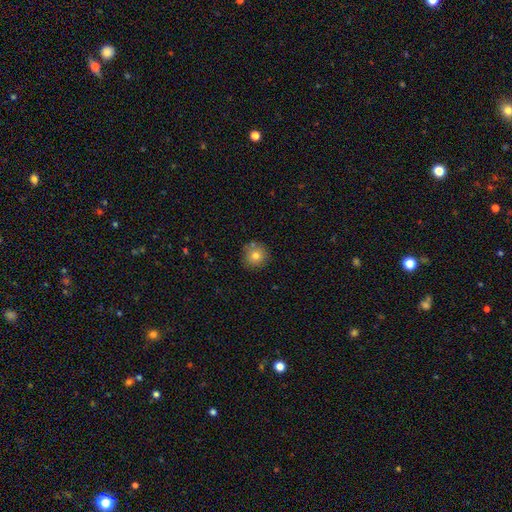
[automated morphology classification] smooth 79%, star or artifact 11%, featured or disk 10%. Down the decision tree: how rounded — round (94%); merging — none (84%).